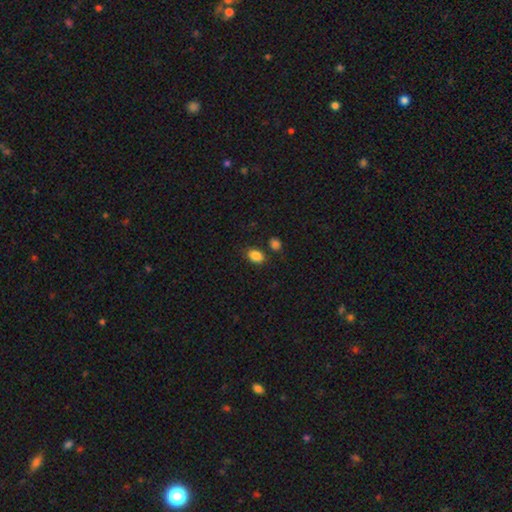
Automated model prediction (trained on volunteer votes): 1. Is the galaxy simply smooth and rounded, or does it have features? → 86% smooth, 10% star or artifact, 4% featured or disk.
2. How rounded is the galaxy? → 80% in between, 19% round, 1% cigar-shaped.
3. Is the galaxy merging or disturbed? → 77% none, 13% minor disturbance, 7% merger, 4% major disturbance.